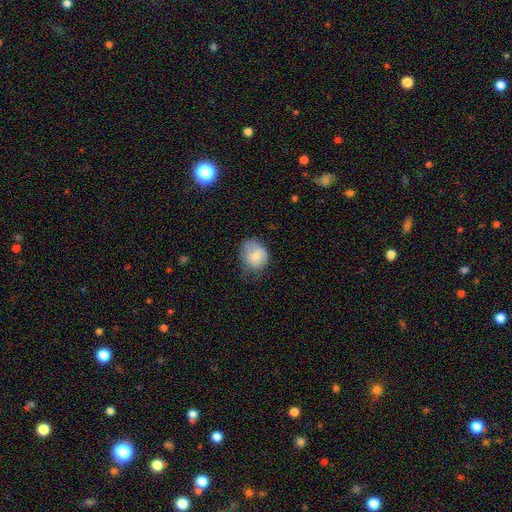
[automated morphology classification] The model was most divided on "merging": none: 47%, minor disturbance: 37%, major disturbance: 14%, merger: 2%. More confident: smooth or featured — smooth (80%); how rounded — round (57%).